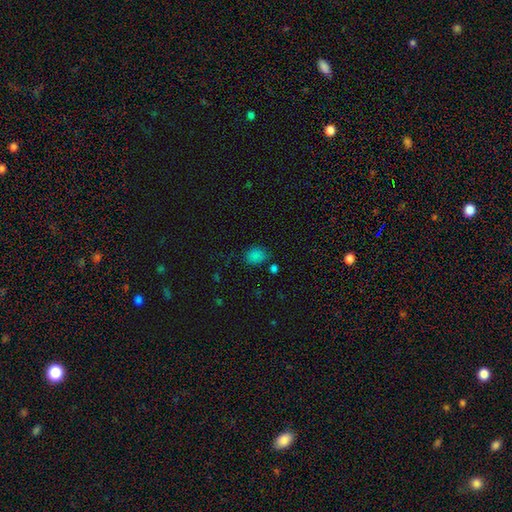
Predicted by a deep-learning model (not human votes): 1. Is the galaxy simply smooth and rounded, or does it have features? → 80% smooth, 16% star or artifact, 4% featured or disk.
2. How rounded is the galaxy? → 57% in between, 42% round, 1% cigar-shaped.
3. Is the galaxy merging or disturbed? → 73% none, 17% minor disturbance, 6% merger, 4% major disturbance.